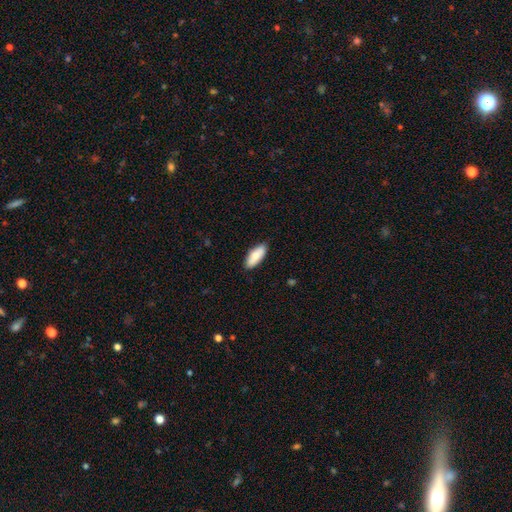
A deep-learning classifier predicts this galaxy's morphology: The model was most divided on "how rounded": in between: 78%, cigar-shaped: 20%, round: 2%. More confident: merging — none (87%); smooth or featured — smooth (81%).